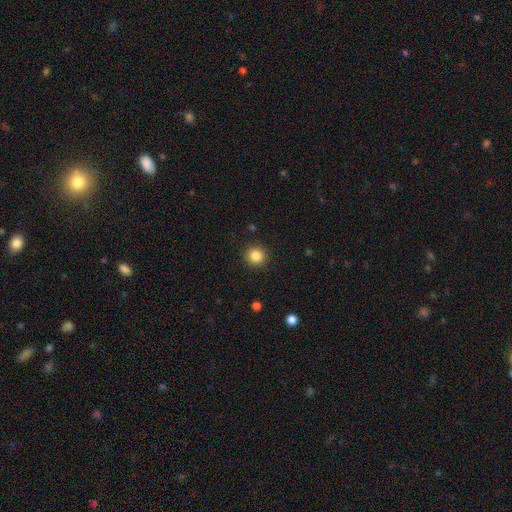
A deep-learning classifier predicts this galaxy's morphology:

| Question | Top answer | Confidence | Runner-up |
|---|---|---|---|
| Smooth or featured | smooth | 85% | star or artifact (11%) |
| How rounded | round | 93% | in between (6%) |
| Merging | none | 91% | minor disturbance (6%) |